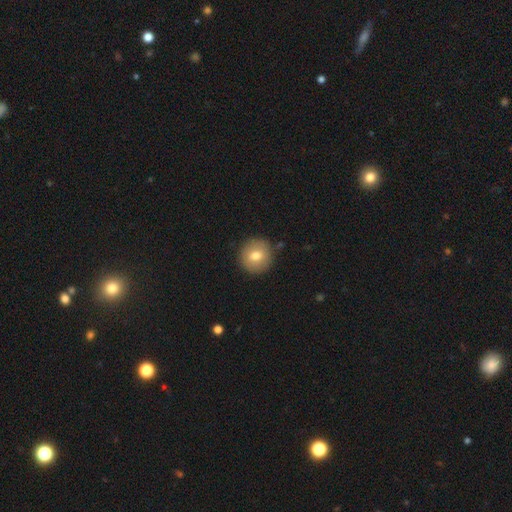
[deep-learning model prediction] smooth-or-featured: smooth: 76% | featured or disk: 16% | star or artifact: 8%
  how-rounded: round: 93% | in between: 6% | cigar-shaped: 1%
  merging: none: 89% | minor disturbance: 8% | major disturbance: 2% | merger: 2%